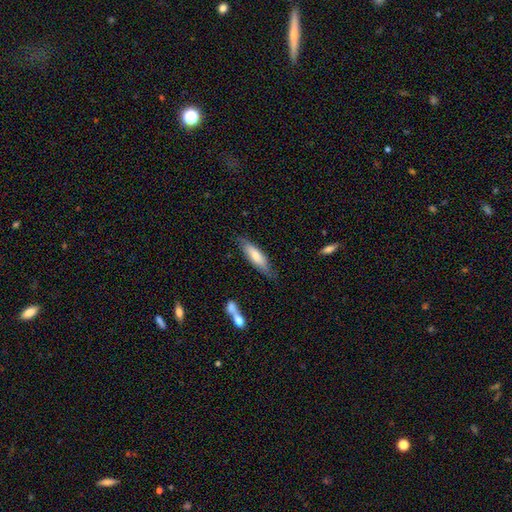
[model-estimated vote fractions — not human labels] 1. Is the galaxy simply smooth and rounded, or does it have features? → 68% smooth, 26% featured or disk, 6% star or artifact.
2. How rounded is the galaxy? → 59% cigar-shaped, 40% in between, 2% round.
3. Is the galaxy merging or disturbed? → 72% none, 20% minor disturbance, 4% major disturbance, 4% merger.